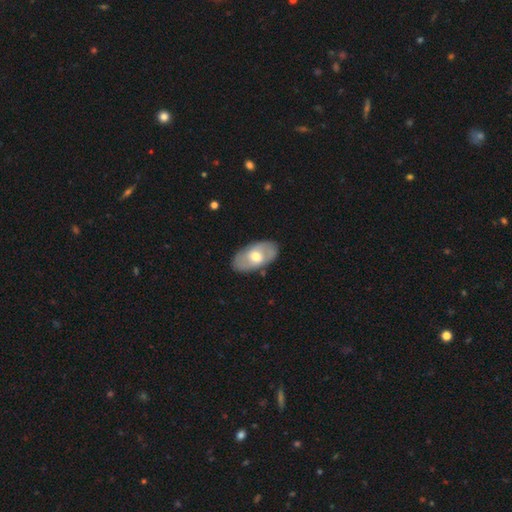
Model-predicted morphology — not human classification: This is possibly a featured or disk galaxy (49%). Merging: clearly none (84%).